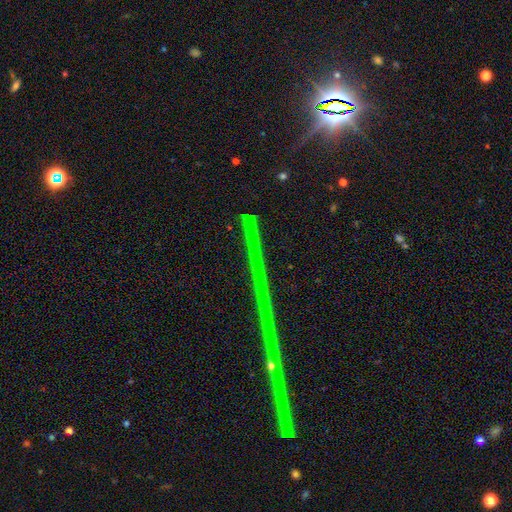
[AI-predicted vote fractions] A star or artifact, not a galaxy (77%).